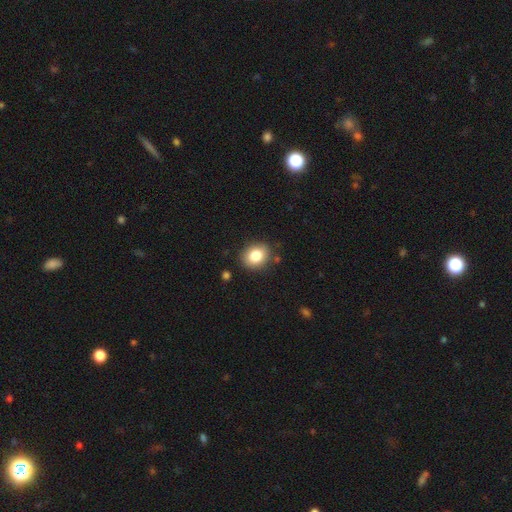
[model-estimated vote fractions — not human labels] Overall: smooth (82%). How rounded: round (60%; in between 39%). Merging: none (85%).